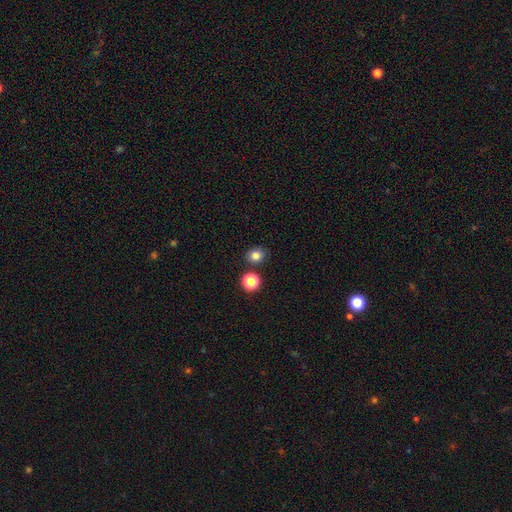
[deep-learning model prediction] Q: Smooth or featured?
A: smooth (81%); runner-up: star or artifact (13%)
Q: How rounded?
A: round (66%); runner-up: in between (33%)
Q: Merging?
A: none (81%); runner-up: minor disturbance (9%)